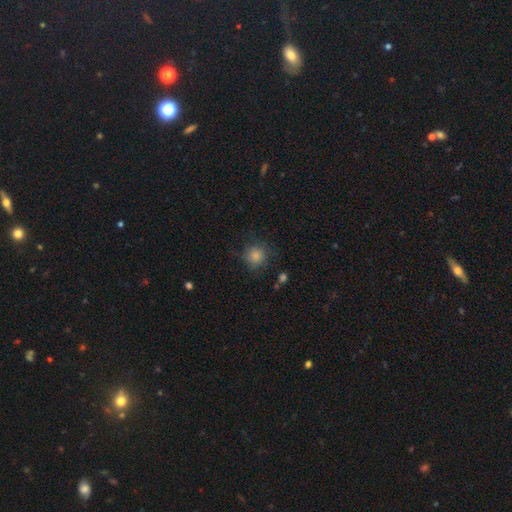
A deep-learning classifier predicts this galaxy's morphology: Smooth or featured?
  - smooth: 85% *
  - star or artifact: 10%
  - featured or disk: 5%
How rounded?
  - round: 91% *
  - in between: 8%
  - cigar-shaped: 1%
Merging?
  - none: 78% *
  - minor disturbance: 14%
  - major disturbance: 6%
  - merger: 2%